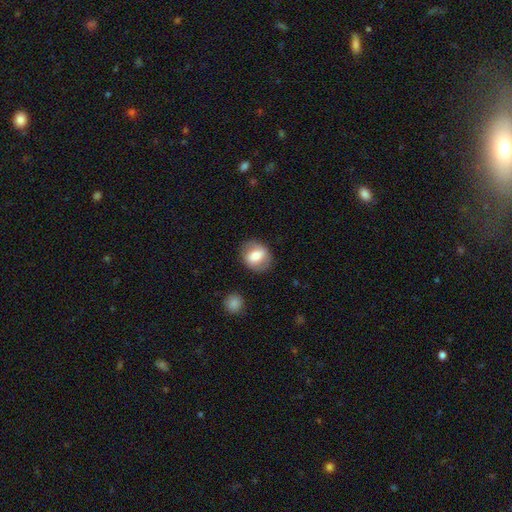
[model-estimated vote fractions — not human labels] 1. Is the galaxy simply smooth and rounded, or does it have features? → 66% smooth, 27% featured or disk, 7% star or artifact.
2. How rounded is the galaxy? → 56% round, 43% in between, 1% cigar-shaped.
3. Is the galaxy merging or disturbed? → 82% none, 12% minor disturbance, 5% major disturbance, 2% merger.